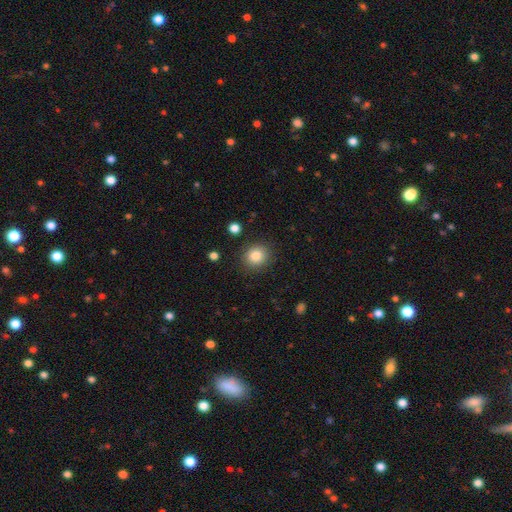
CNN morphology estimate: Smooth or featured? smooth (84%)
How rounded? round (84%)
Merging? none (88%)